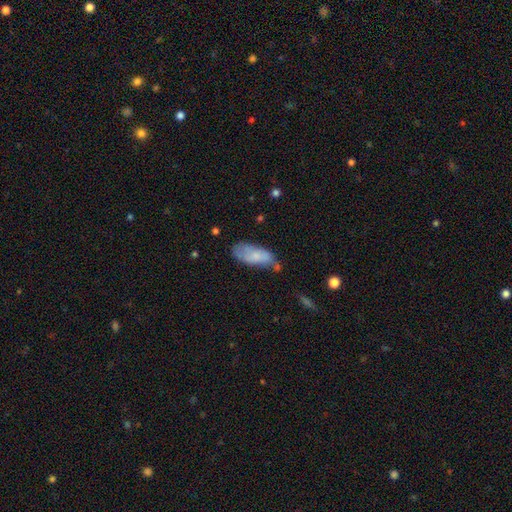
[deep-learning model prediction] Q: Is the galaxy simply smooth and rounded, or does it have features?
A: smooth — 71%.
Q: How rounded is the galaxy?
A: in between — 84%.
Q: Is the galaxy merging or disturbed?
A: none — 46%.